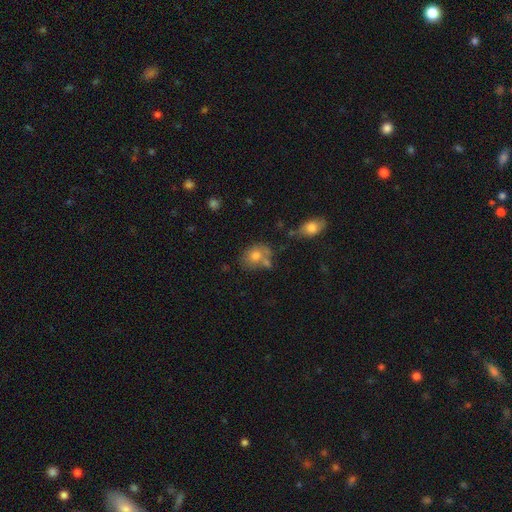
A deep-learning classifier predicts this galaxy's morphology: Overall: smooth (72%). How rounded: in between (55%; round 44%). Merging: none (50%; merger 25%).